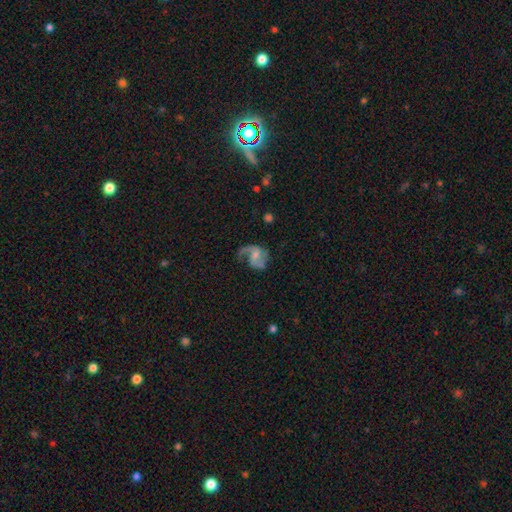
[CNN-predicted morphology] Smooth or featured? featured or disk (82%)
Edge-on disk? no (98%)
Bar? no (49%)
Spiral arms? yes (94%)
Spiral winding? loose (48%)
Spiral arm count? 2 (73%)
Bulge size? small (51%)
Merging? none (51%)